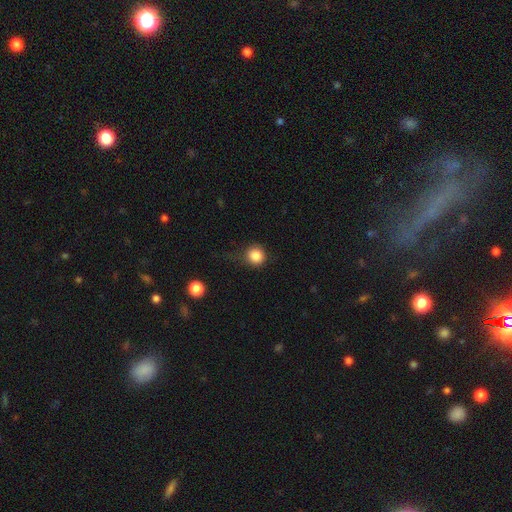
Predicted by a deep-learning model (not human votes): Smooth or featured?
  - smooth: 85% *
  - star or artifact: 10%
  - featured or disk: 5%
How rounded?
  - round: 90% *
  - in between: 9%
  - cigar-shaped: 1%
Merging?
  - none: 69% *
  - minor disturbance: 20%
  - major disturbance: 9%
  - merger: 2%